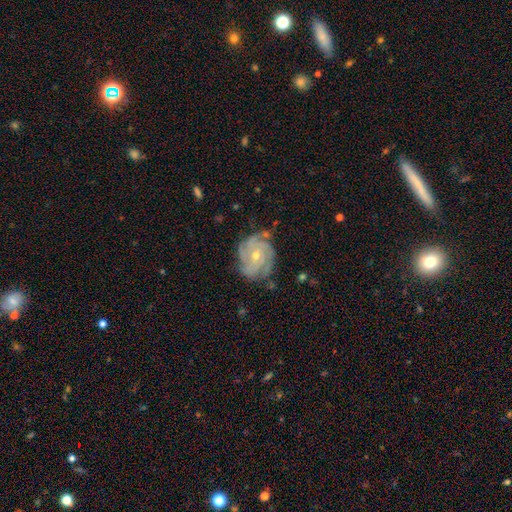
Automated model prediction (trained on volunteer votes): Smooth or featured?
  - featured or disk: 85% *
  - smooth: 8%
  - star or artifact: 7%
Edge-on disk?
  - no: 98% *
  - yes: 2%
Bar?
  - no: 72% *
  - weak: 24%
  - strong: 5%
Spiral arms?
  - yes: 96% *
  - no: 4%
Spiral winding?
  - tight: 66% *
  - medium: 28%
  - loose: 6%
Spiral arm count?
  - 4: 33% *
  - 3: 21%
  - can't tell: 21%
  - more than 4: 10%
  - 2: 9%
  - 1: 6%
Bulge size?
  - small: 59% *
  - moderate: 39%
  - large: 1%
  - none: 1%
  - dominant: 1%
Merging?
  - none: 74% *
  - minor disturbance: 19%
  - major disturbance: 6%
  - merger: 2%